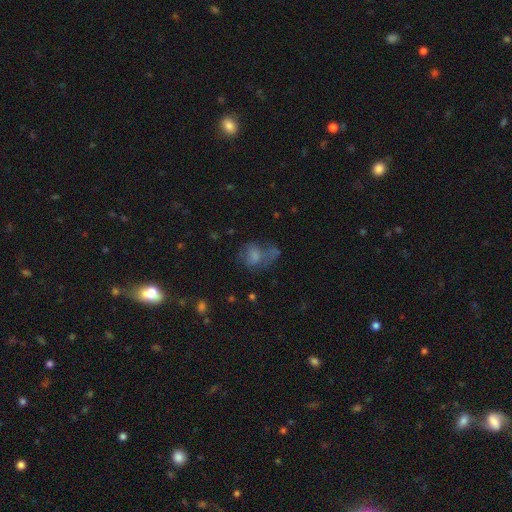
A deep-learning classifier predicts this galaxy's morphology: Q: Smooth or featured?
A: smooth (54%); runner-up: featured or disk (28%)
Q: How rounded?
A: in between (57%); runner-up: round (41%)
Q: Merging?
A: none (34%); runner-up: major disturbance (31%)